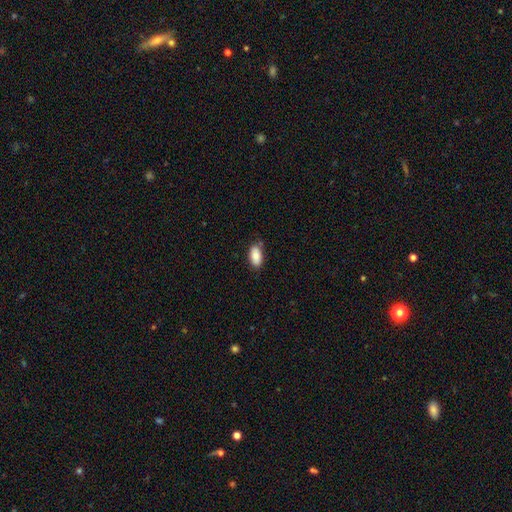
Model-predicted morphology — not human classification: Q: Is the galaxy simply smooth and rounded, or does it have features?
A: smooth — 84%.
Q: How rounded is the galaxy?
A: in between — 93%.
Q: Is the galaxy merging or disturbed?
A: none — 77%.